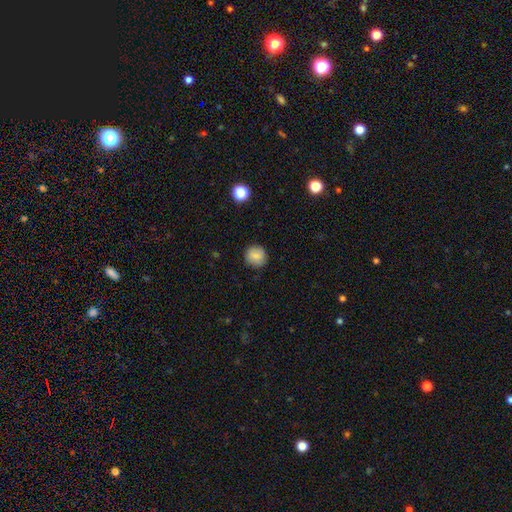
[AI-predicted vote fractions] smooth_or_featured: smooth (p=0.84) [alt: star or artifact p=0.09]
how_rounded: round (p=0.91) [alt: in between p=0.08]
merging: none (p=0.88) [alt: minor disturbance p=0.08]